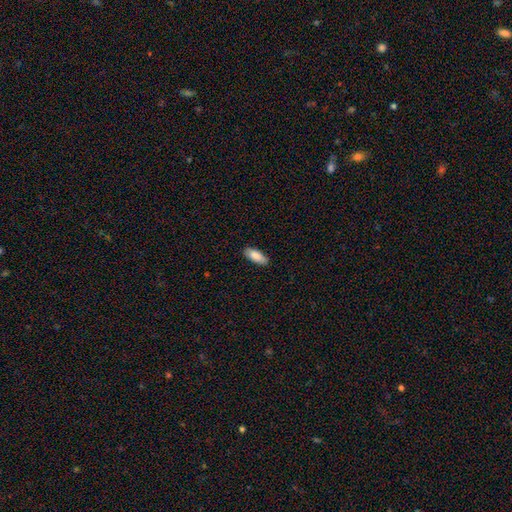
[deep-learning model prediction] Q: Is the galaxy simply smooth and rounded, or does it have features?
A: smooth — 87%.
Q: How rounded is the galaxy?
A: in between — 80%.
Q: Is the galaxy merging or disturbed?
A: none — 87%.